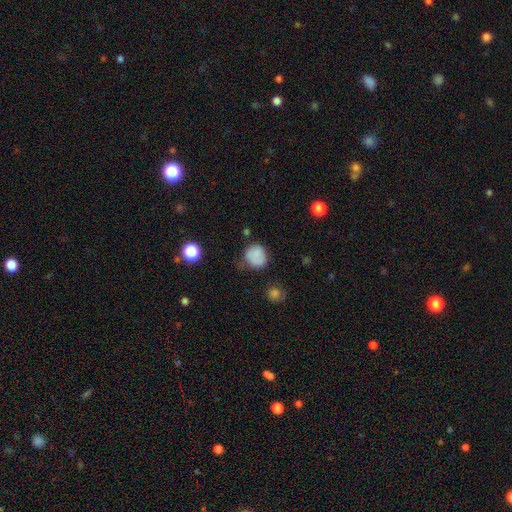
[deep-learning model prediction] A smooth galaxy with no disk features (81%) that is round (79%). Merging: none (59%).